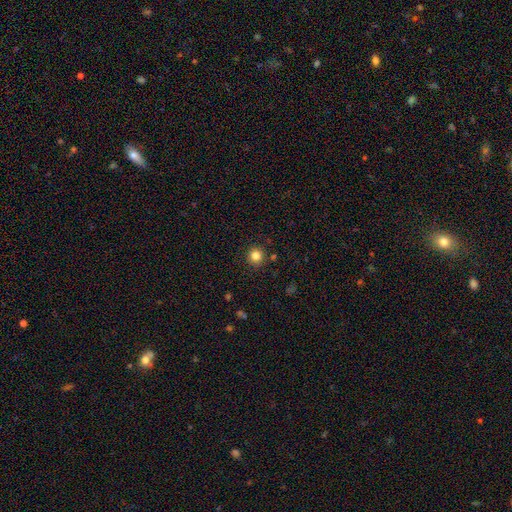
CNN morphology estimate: smooth 83%, star or artifact 12%, featured or disk 5%. Down the decision tree: how rounded — round (94%); merging — none (90%).